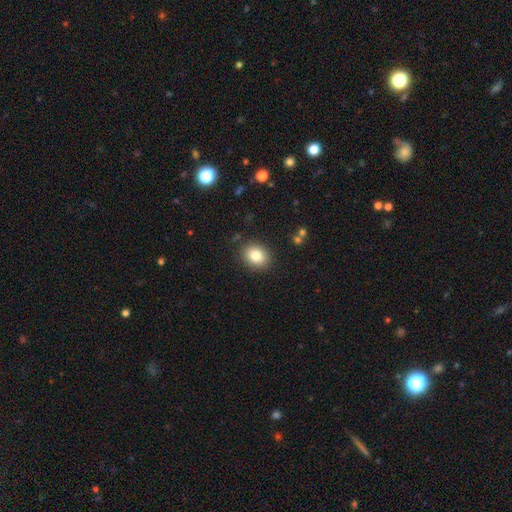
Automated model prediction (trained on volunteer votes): This appears to be a smooth galaxy with no disk features (82%) that is round (56%). Merging: none (87%).